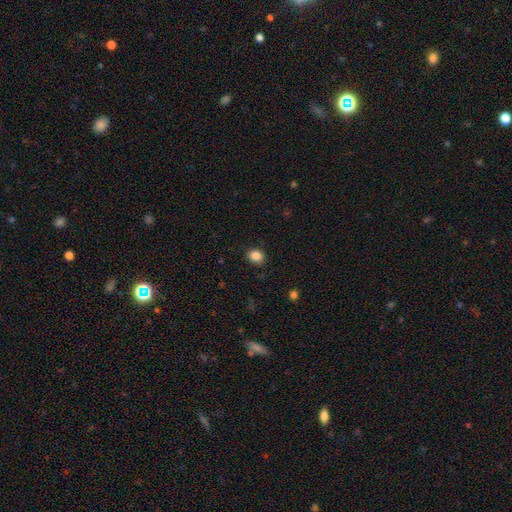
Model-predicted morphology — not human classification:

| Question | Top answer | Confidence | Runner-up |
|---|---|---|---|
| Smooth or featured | smooth | 86% | star or artifact (10%) |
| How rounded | in between | 53% | round (46%) |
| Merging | none | 85% | minor disturbance (11%) |